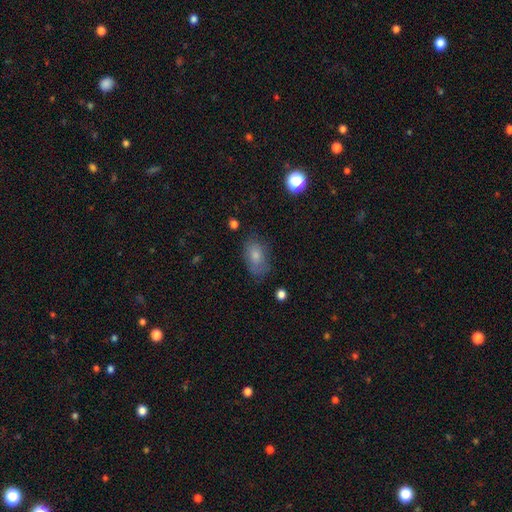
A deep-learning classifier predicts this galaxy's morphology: smooth-or-featured: smooth: 75% | featured or disk: 16% | star or artifact: 9%
  how-rounded: in between: 88% | round: 10% | cigar-shaped: 2%
  merging: none: 65% | minor disturbance: 24% | major disturbance: 8% | merger: 2%